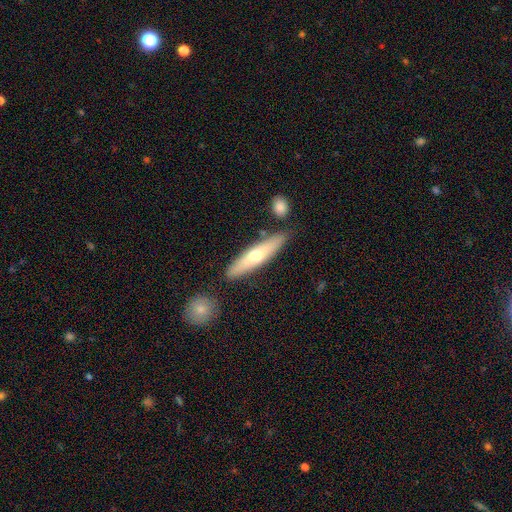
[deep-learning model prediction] smooth-or-featured: smooth: 51% | featured or disk: 43% | star or artifact: 6%
  how-rounded: cigar-shaped: 80% | in between: 18% | round: 2%
  merging: none: 82% | minor disturbance: 10% | merger: 5% | major disturbance: 2%